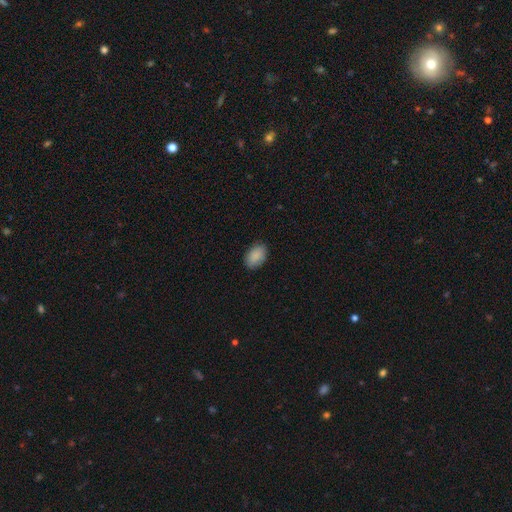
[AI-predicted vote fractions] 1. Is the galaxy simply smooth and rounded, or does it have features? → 90% smooth, 7% star or artifact, 4% featured or disk.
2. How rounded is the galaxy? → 88% in between, 11% round, 1% cigar-shaped.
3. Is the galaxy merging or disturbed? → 86% none, 11% minor disturbance, 2% major disturbance, 1% merger.